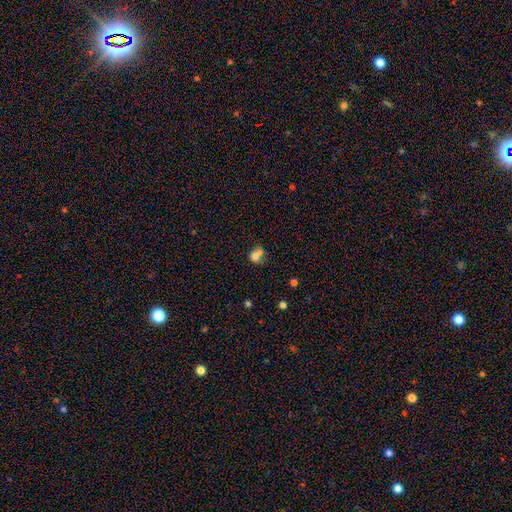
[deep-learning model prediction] Smooth or featured? Predicted: smooth (p=0.73). How rounded? Predicted: round (p=0.60). Merging? Predicted: merger (p=0.51).